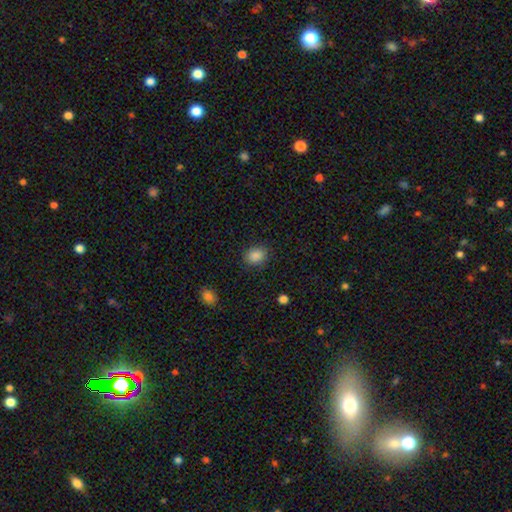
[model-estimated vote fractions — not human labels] smooth-or-featured: smooth: 88% | star or artifact: 9% | featured or disk: 3%
  how-rounded: in between: 59% | round: 40% | cigar-shaped: 1%
  merging: none: 86% | minor disturbance: 10% | major disturbance: 3% | merger: 1%